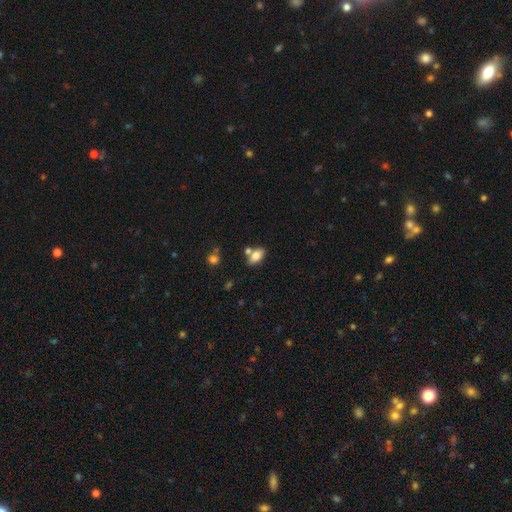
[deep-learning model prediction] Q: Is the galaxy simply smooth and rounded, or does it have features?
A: smooth — 79%.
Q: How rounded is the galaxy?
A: in between — 89%.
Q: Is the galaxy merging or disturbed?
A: none — 61%.